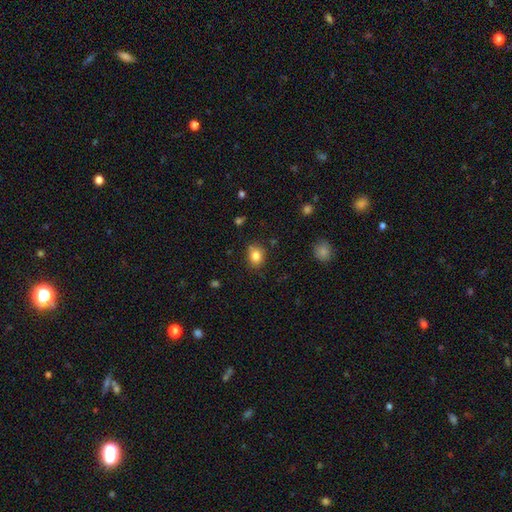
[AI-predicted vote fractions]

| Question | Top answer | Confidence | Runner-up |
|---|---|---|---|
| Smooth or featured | smooth | 83% | star or artifact (10%) |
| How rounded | in between | 51% | round (48%) |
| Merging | none | 77% | minor disturbance (16%) |